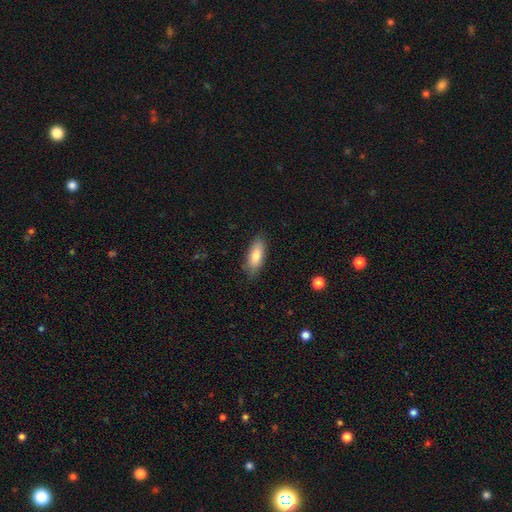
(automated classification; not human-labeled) smooth_or_featured: smooth (p=0.82) [alt: featured or disk p=0.12]
how_rounded: in between (p=0.77) [alt: cigar-shaped p=0.21]
merging: none (p=0.83) [alt: minor disturbance p=0.13]